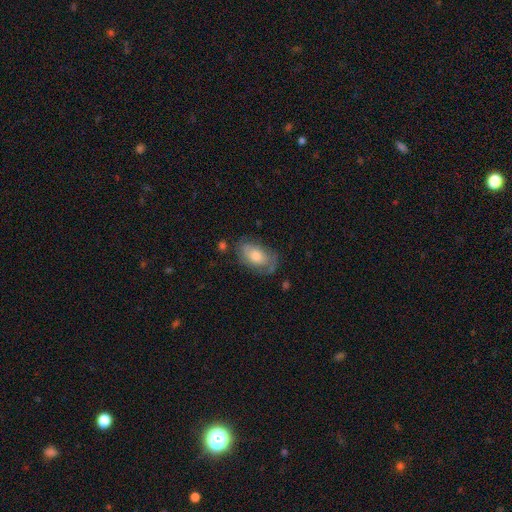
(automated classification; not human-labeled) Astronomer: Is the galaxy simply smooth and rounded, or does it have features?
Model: smooth — 50% (runner-up: featured or disk, 42%).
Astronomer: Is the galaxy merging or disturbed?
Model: none — 62%.